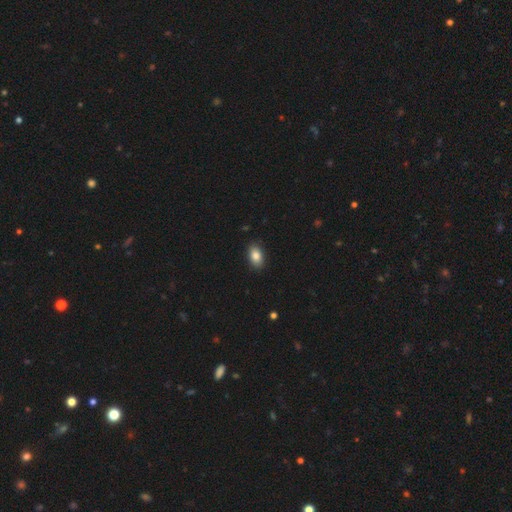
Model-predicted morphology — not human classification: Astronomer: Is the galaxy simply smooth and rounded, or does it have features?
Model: smooth — 85%.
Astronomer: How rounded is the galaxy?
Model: in between — 90%.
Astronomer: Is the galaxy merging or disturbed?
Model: none — 88%.